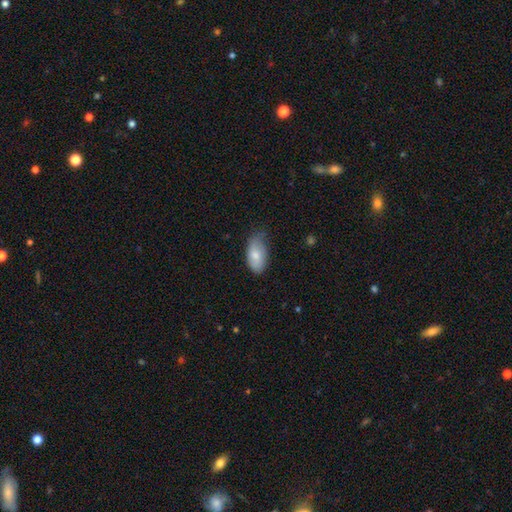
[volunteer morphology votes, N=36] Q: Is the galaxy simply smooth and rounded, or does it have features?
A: smooth — 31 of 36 (86%).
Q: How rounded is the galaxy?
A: in between — 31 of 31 (100%).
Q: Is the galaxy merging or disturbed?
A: minor disturbance — 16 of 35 (46%).